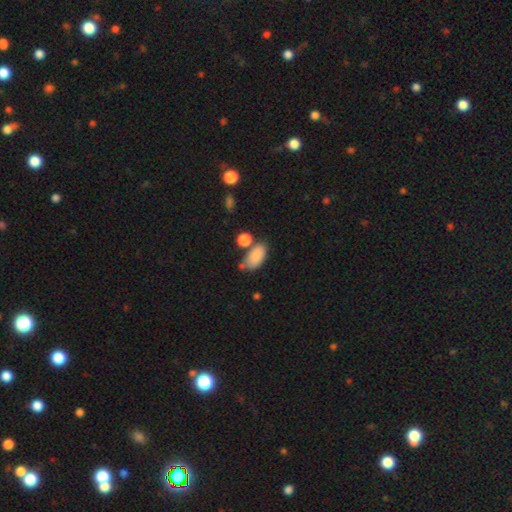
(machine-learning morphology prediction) This is clearly a smooth galaxy (84%). How rounded: clearly in between (92%). Merging: possibly none (54%).